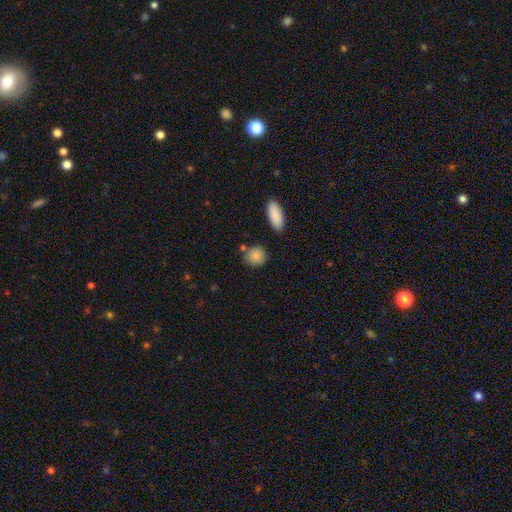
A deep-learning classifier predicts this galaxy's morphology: Smooth or featured?
  - smooth: 87% *
  - star or artifact: 8%
  - featured or disk: 5%
How rounded?
  - round: 74% *
  - in between: 24%
  - cigar-shaped: 2%
Merging?
  - none: 77% *
  - minor disturbance: 12%
  - merger: 8%
  - major disturbance: 3%